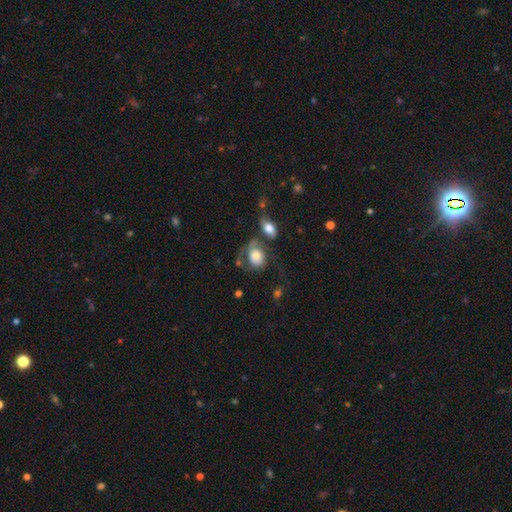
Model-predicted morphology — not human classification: A smooth galaxy with no disk features (59%) that is in between round and cigar-shaped (64%). Merging: major disturbance (28%, tied with none).